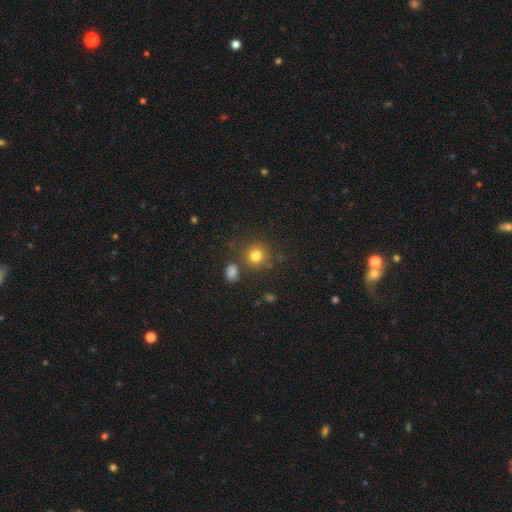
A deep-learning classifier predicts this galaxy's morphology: A smooth galaxy with no disk features (80%) that is round (88%).

Vote fractions:
- Smooth or featured? smooth: 80% / star or artifact: 13% / featured or disk: 7%
- How rounded? round: 88% / in between: 11% / cigar-shaped: 1%
- Merging? none: 76% / minor disturbance: 10% / merger: 9% / major disturbance: 4%